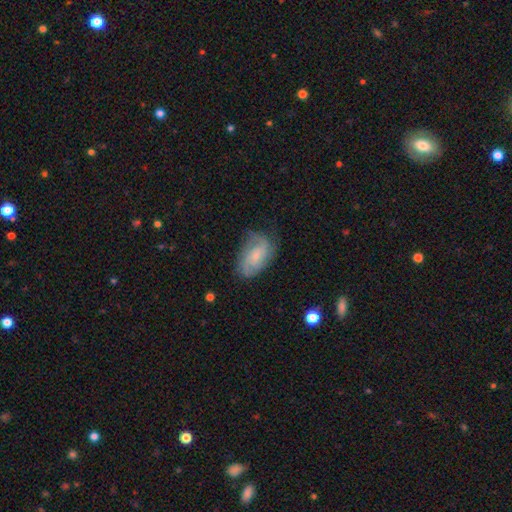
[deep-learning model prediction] Morphology: type=featured or disk (64%); edge-on=no (96%); bar=no (64%); spiral arms=yes (90%); winding=medium (43%); arm count=2 (39%); bulge=small (68%); merging=none (63%).